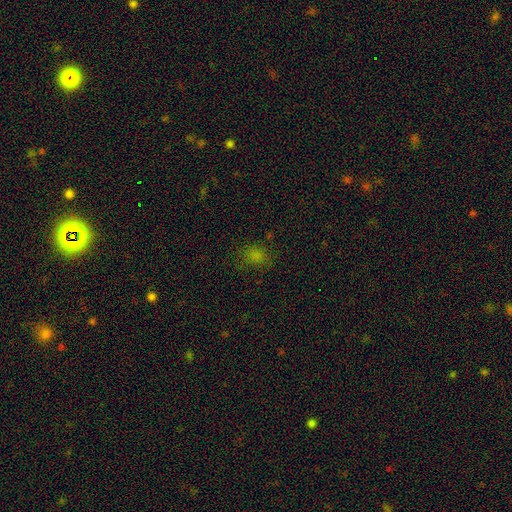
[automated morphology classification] smooth-or-featured: smooth: 73% | star or artifact: 21% | featured or disk: 6%
  how-rounded: round: 53% | in between: 45% | cigar-shaped: 1%
  merging: none: 71% | minor disturbance: 19% | major disturbance: 8% | merger: 2%